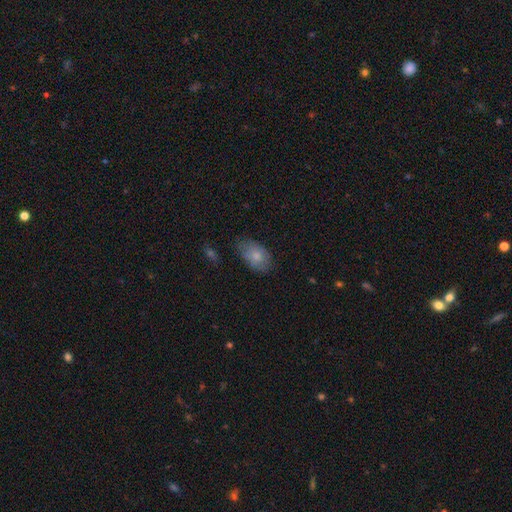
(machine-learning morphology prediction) The model was most divided on "merging": none: 68%, minor disturbance: 24%, major disturbance: 6%, merger: 2%. More confident: how rounded — in between (90%); smooth or featured — smooth (79%).